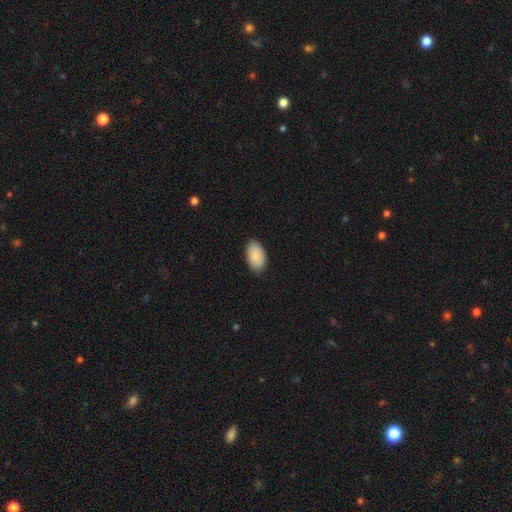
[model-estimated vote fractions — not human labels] A smooth galaxy with no disk features (89%) that is in between round and cigar-shaped (95%).

Vote fractions:
- Smooth or featured? smooth: 89% / star or artifact: 6% / featured or disk: 5%
- How rounded? in between: 95% / round: 4% / cigar-shaped: 1%
- Merging? none: 88% / minor disturbance: 10% / major disturbance: 2% / merger: 1%